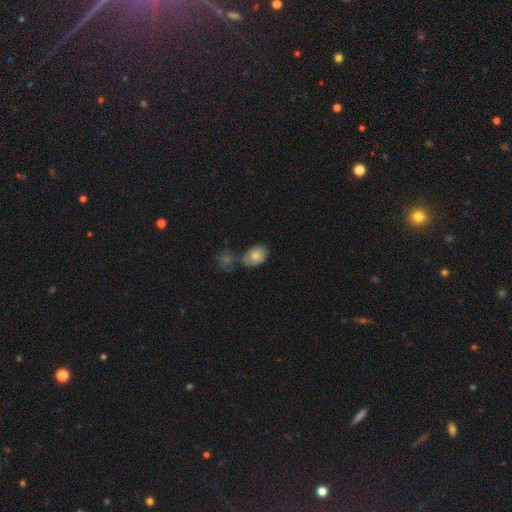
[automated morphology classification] smooth-or-featured: smooth: 79% | featured or disk: 13% | star or artifact: 8%
  how-rounded: in between: 78% | round: 21% | cigar-shaped: 1%
  merging: none: 56% | merger: 21% | minor disturbance: 18% | major disturbance: 5%